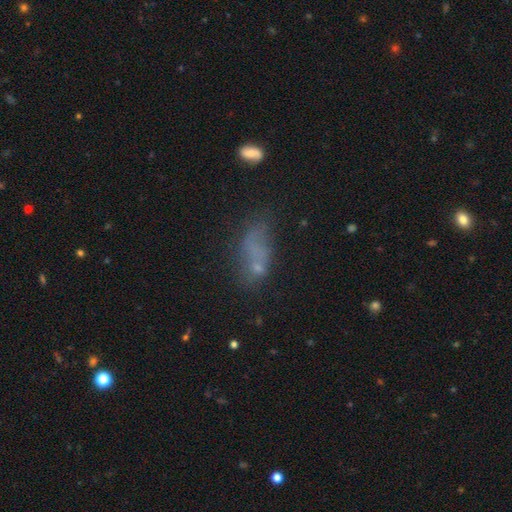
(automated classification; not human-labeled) Smooth or featured: smooth — 52% (featured or disk — 27%)
How rounded: in between — 80% (cigar-shaped — 13%)
Merging: none — 35% (major disturbance — 25%)